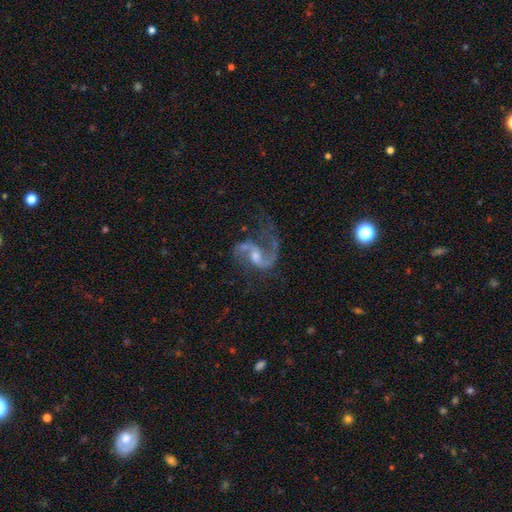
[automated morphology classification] The model was most divided on "bulge size": moderate: 48%, small: 40%, none: 7%, large: 4%, dominant: 1%. Remaining: edge-on disk — no (98%); spiral arms — yes (97%); smooth or featured — featured or disk (90%); spiral arm count — 2 (87%); spiral winding — loose (60%); merging — none (58%); bar — weak (48%).